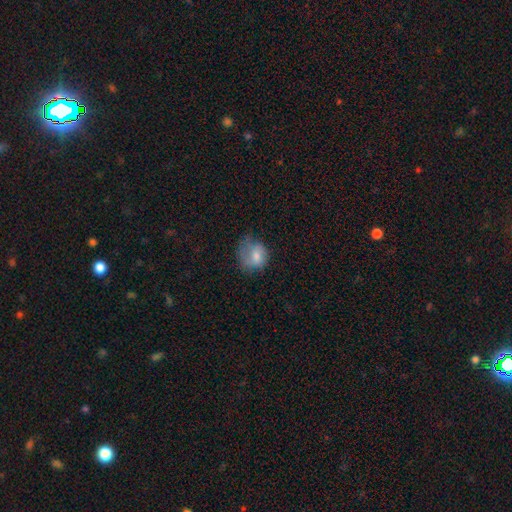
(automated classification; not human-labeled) The model was most divided on "merging": none: 36%, minor disturbance: 34%, major disturbance: 29%, merger: 2%. More confident: smooth or featured — smooth (72%); how rounded — round (62%).